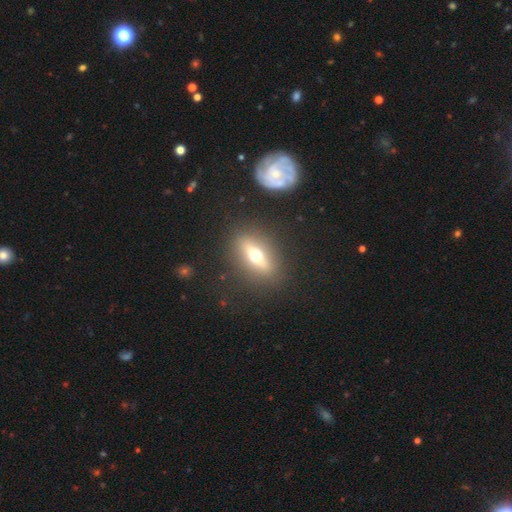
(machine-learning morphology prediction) Smooth or featured?
  - featured or disk: 48% *
  - smooth: 41%
  - star or artifact: 12%
Merging?
  - none: 86% *
  - minor disturbance: 8%
  - major disturbance: 4%
  - merger: 2%